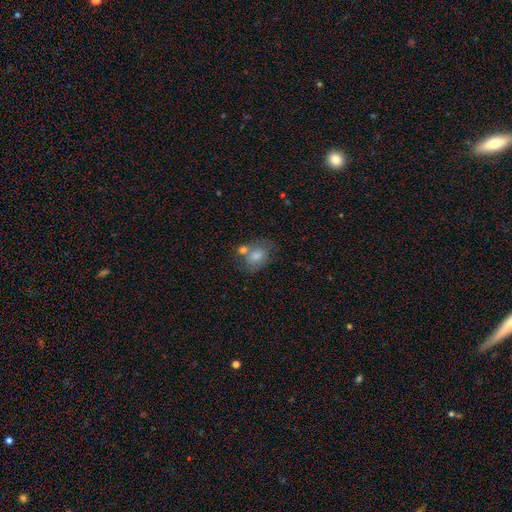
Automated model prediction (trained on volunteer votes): Smooth or featured?
  - smooth: 74% *
  - featured or disk: 18%
  - star or artifact: 8%
How rounded?
  - in between: 70% *
  - round: 29%
  - cigar-shaped: 1%
Merging?
  - none: 44% *
  - merger: 30%
  - minor disturbance: 18%
  - major disturbance: 7%